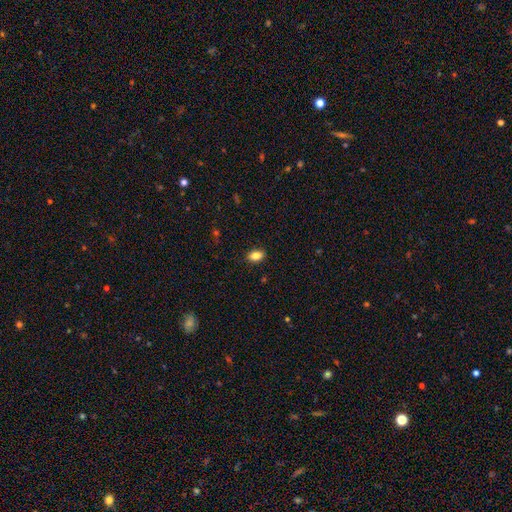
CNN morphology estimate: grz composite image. It shows a smooth galaxy with no disk features (85%) that is in between round and cigar-shaped (85%). Merging: none (88%).